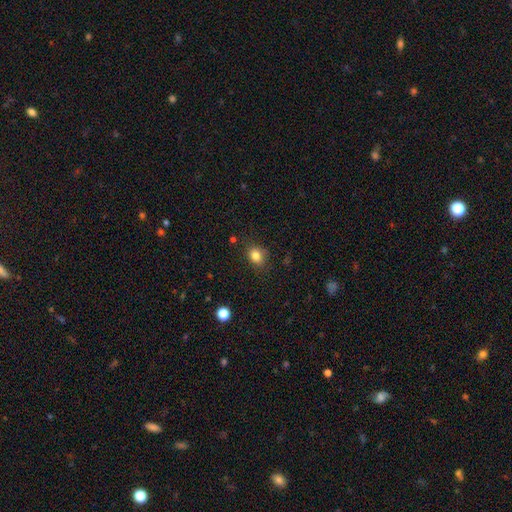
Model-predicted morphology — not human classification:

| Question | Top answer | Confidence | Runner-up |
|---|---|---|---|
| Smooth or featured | smooth | 83% | star or artifact (11%) |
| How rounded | round | 52% | in between (47%) |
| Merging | none | 79% | minor disturbance (16%) |